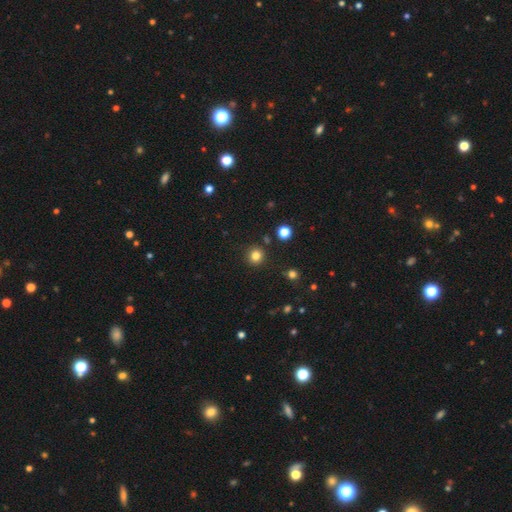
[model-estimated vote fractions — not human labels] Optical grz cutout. It shows a smooth galaxy with no disk features (82%) that is round (94%). Merging: none (89%).